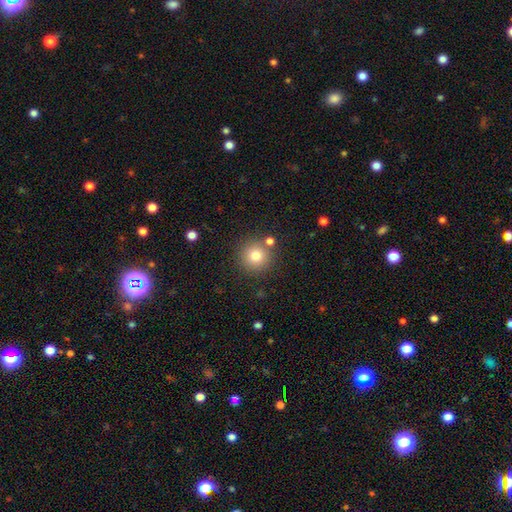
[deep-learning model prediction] Q: Smooth or featured?
A: smooth (79%); runner-up: star or artifact (12%)
Q: How rounded?
A: round (95%); runner-up: in between (4%)
Q: Merging?
A: none (82%); runner-up: merger (8%)